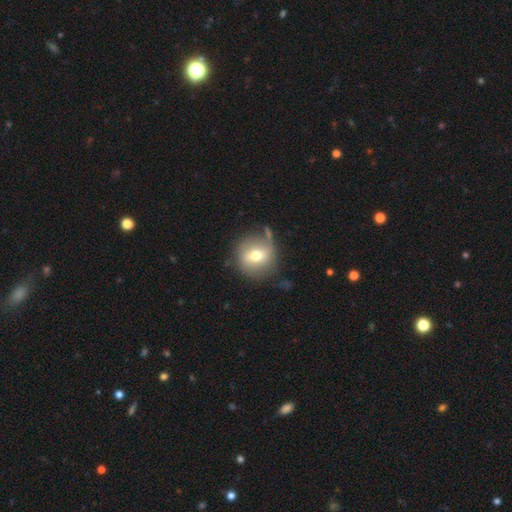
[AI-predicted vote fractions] Overall: smooth (57%; featured or disk 33%). How rounded: round (91%). Merging: none (71%).